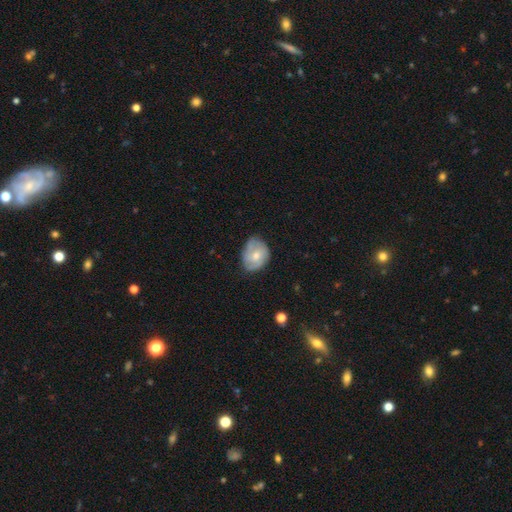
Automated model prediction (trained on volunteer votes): A smooth galaxy with no disk features (51%) that is in between round and cigar-shaped (51%).

Vote fractions:
- Smooth or featured? smooth: 51% / featured or disk: 42% / star or artifact: 7%
- How rounded? in between: 51% / round: 48% / cigar-shaped: 1%
- Merging? none: 61% / minor disturbance: 31% / major disturbance: 7% / merger: 1%